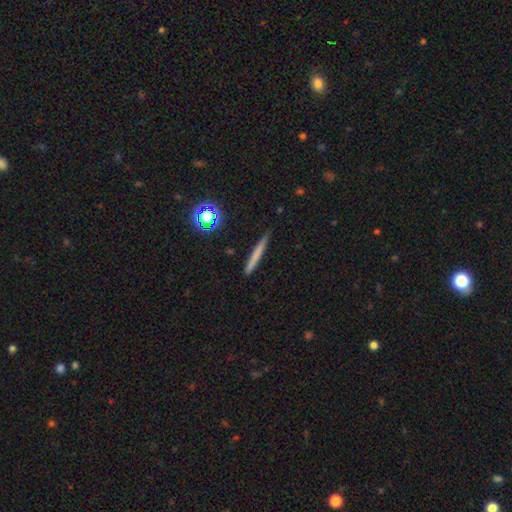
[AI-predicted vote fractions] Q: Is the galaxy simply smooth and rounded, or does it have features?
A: smooth — 64%.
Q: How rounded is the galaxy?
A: cigar-shaped — 95%.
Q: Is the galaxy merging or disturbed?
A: none — 87%.